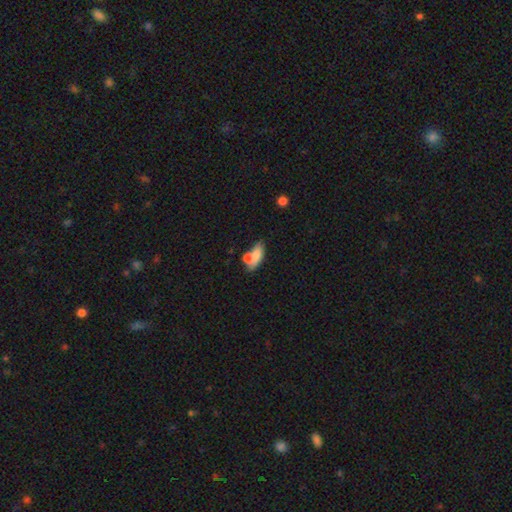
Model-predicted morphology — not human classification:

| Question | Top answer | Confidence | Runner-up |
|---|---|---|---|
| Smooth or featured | smooth | 71% | featured or disk (20%) |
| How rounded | in between | 79% | cigar-shaped (15%) |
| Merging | merger | 37% | none (34%) |